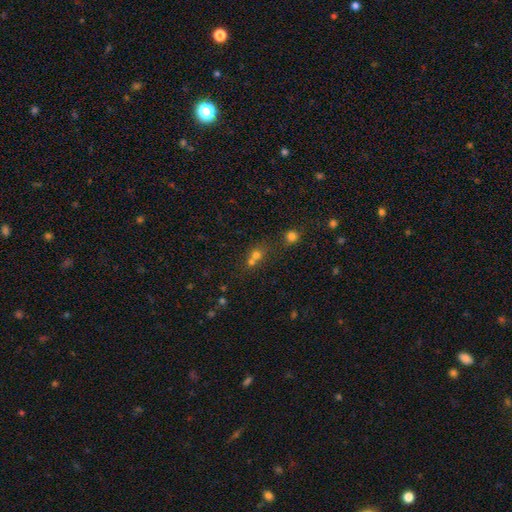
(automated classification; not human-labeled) The model was most divided on "merging": merger: 53%, none: 38%, minor disturbance: 6%, major disturbance: 3%. More confident: how rounded — round (79%); smooth or featured — smooth (65%).